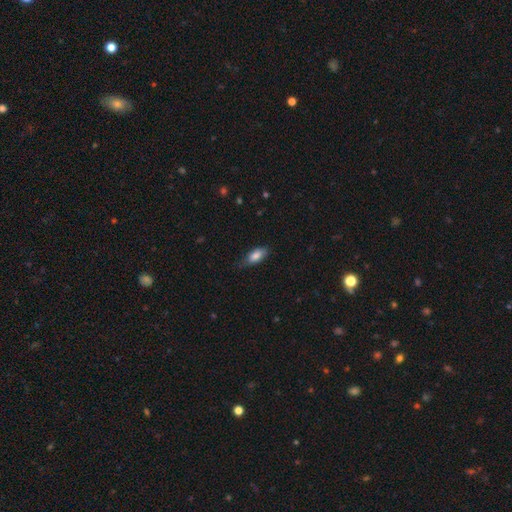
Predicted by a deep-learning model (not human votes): This is clearly a smooth galaxy (82%). How rounded: clearly in between (83%). Merging: likely none (67%).